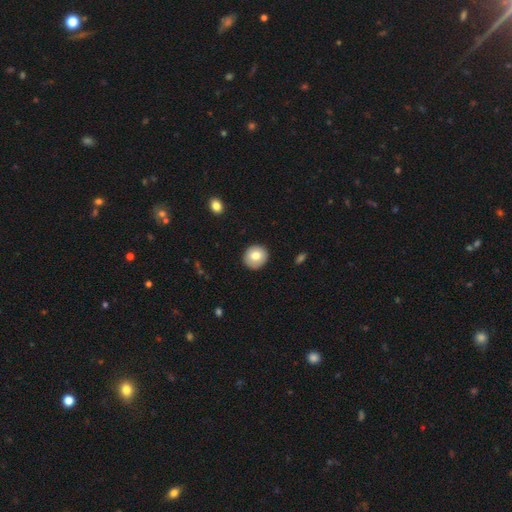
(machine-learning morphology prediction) Smooth or featured: smooth — 77% (featured or disk — 15%)
How rounded: round — 88% (in between — 11%)
Merging: none — 90% (minor disturbance — 7%)